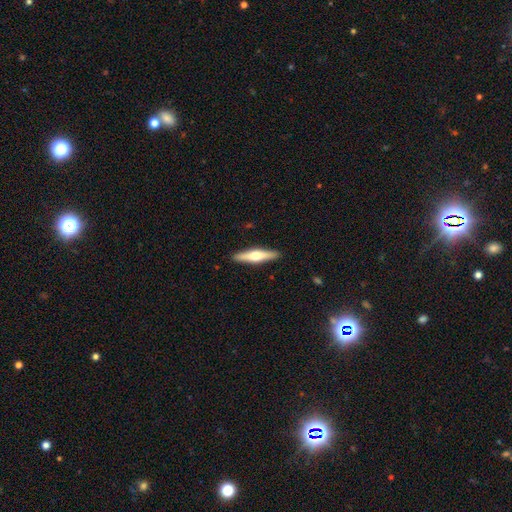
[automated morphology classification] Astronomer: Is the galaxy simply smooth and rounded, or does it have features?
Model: featured or disk — 55% (runner-up: smooth, 40%).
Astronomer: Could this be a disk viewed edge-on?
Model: yes — 96%.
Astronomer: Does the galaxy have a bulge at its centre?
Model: rounded — 93%.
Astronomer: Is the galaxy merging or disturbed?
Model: none — 91%.